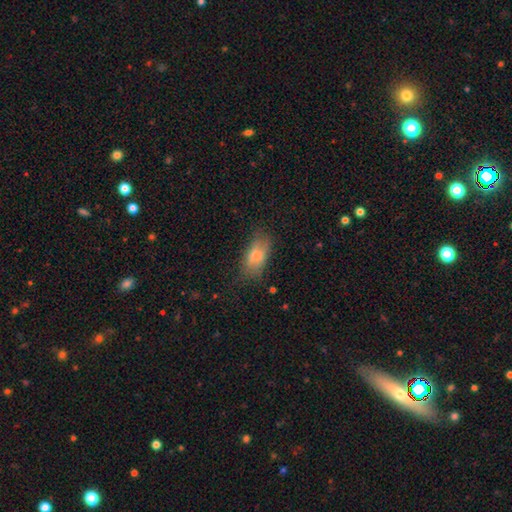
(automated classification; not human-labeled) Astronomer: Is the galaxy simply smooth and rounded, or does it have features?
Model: smooth — 73%.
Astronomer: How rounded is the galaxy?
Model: in between — 87%.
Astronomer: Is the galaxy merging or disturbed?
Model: none — 57%.